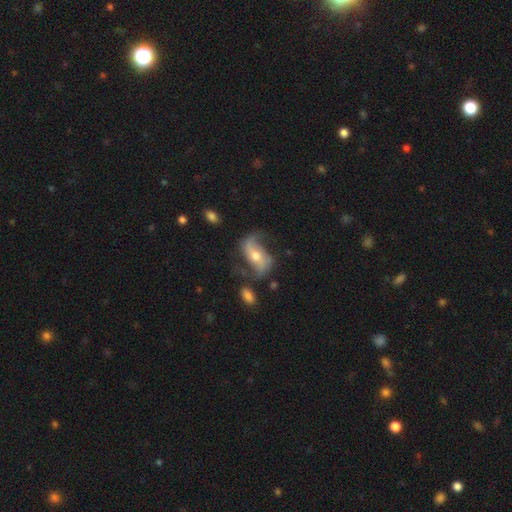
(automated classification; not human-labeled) Overall: featured or disk (82%). Edge-on disk: no (95%). Bar: weak (34%; strong 33%). Spiral arms: yes (94%). Spiral arm count: 2 (90%). Spiral winding: loose (65%; medium 27%). Bulge size: moderate (64%; small 28%). Merging: none (64%).